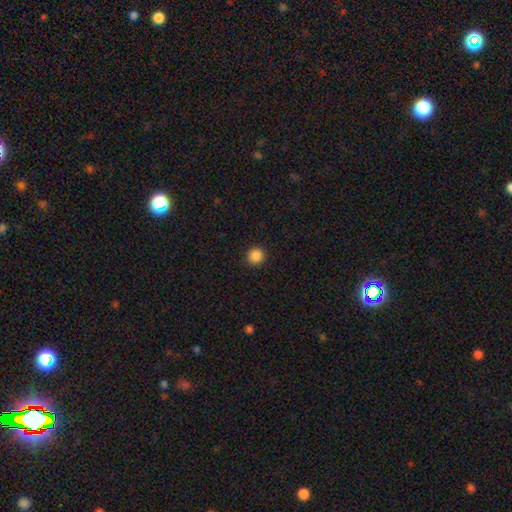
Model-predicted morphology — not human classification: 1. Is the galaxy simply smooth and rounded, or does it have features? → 88% smooth, 10% star or artifact, 2% featured or disk.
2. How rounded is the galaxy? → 93% round, 6% in between, 1% cigar-shaped.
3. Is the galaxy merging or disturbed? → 92% none, 5% minor disturbance, 2% major disturbance, 1% merger.